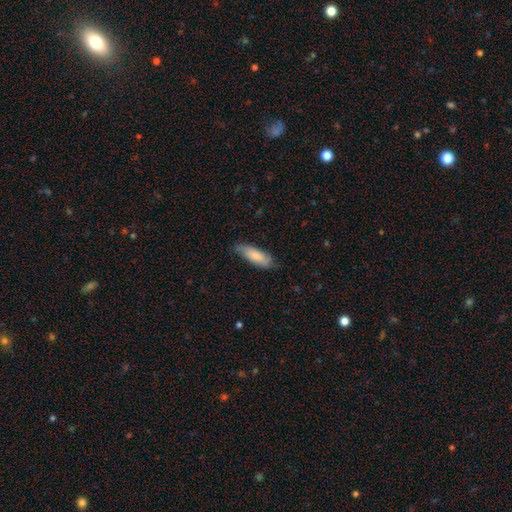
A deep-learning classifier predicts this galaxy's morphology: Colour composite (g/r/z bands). It shows a smooth galaxy with no disk features (78%) that is in between round and cigar-shaped (60%). Merging: none (70%).